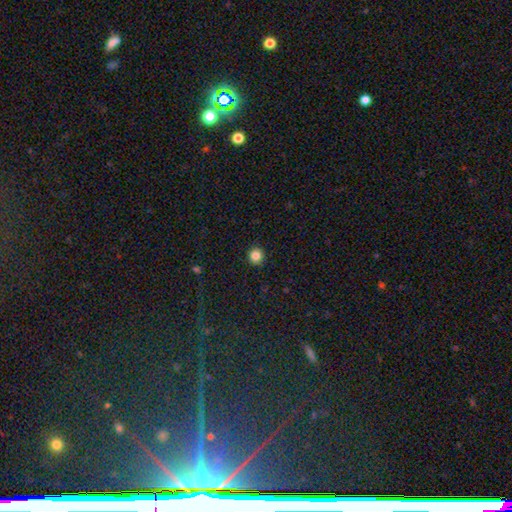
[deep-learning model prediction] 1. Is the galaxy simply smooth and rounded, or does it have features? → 85% smooth, 11% star or artifact, 4% featured or disk.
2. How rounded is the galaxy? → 93% round, 6% in between, 1% cigar-shaped.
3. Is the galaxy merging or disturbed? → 92% none, 5% minor disturbance, 2% major disturbance, 1% merger.